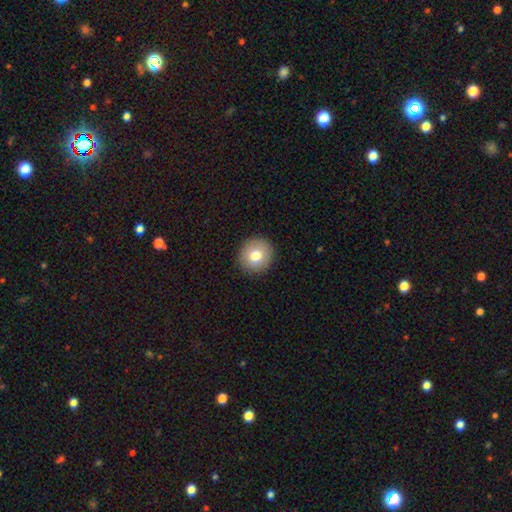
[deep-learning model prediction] This is likely a smooth galaxy (77%). How rounded: clearly round (93%). Merging: clearly none (92%).